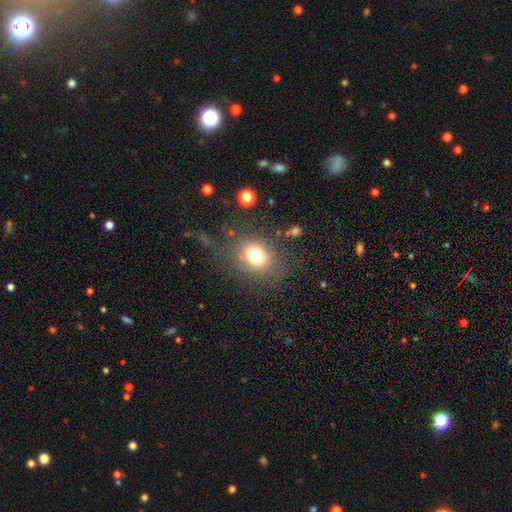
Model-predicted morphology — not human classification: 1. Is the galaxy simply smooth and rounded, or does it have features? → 74% smooth, 14% star or artifact, 12% featured or disk.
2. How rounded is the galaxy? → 53% round, 46% in between, 1% cigar-shaped.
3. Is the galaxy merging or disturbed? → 72% none, 15% minor disturbance, 9% major disturbance, 3% merger.